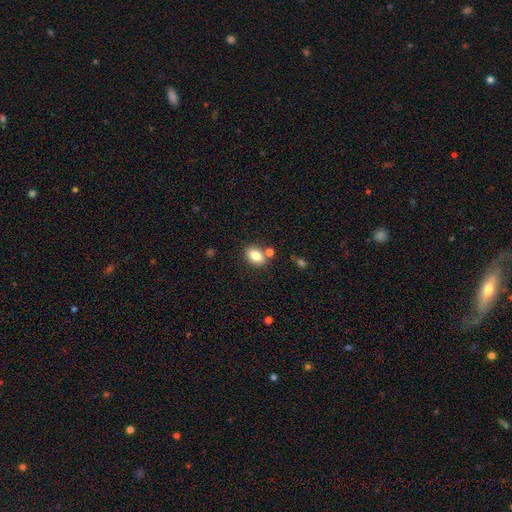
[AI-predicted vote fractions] This appears to be a smooth galaxy with no disk features (82%) that is in between round and cigar-shaped (80%). Merging: none (72%).